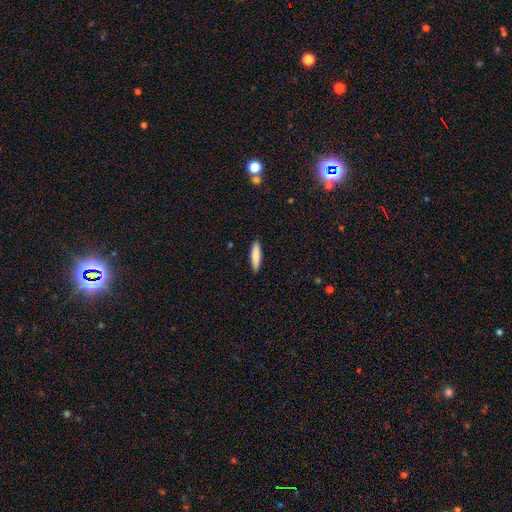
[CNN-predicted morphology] Smooth or featured? smooth (83%)
How rounded? cigar-shaped (74%)
Merging? none (90%)